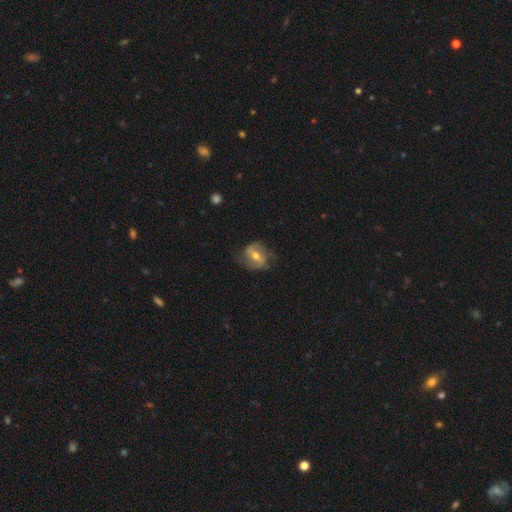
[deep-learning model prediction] Q: Smooth or featured?
A: featured or disk (74%); runner-up: smooth (20%)
Q: Edge-on disk?
A: no (96%); runner-up: yes (4%)
Q: Bar?
A: weak (46%); runner-up: strong (32%)
Q: Spiral arms?
A: yes (89%); runner-up: no (11%)
Q: Spiral winding?
A: medium (46%); runner-up: loose (33%)
Q: Spiral arm count?
A: 2 (85%); runner-up: can't tell (8%)
Q: Bulge size?
A: moderate (69%); runner-up: small (22%)
Q: Merging?
A: none (68%); runner-up: minor disturbance (21%)